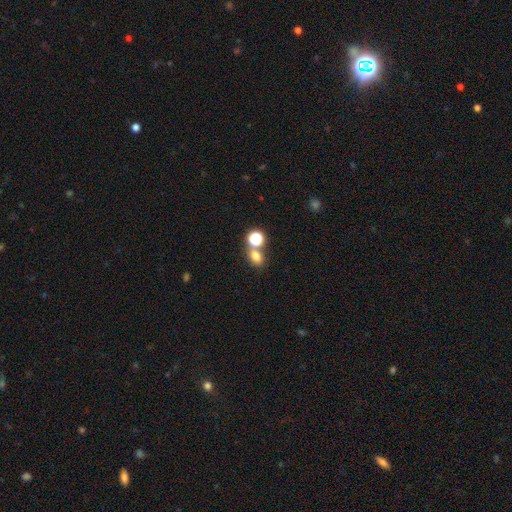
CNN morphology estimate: Smooth or featured: smooth — 74% (star or artifact — 19%)
How rounded: in between — 59% (round — 39%)
Merging: none — 57% (merger — 29%)